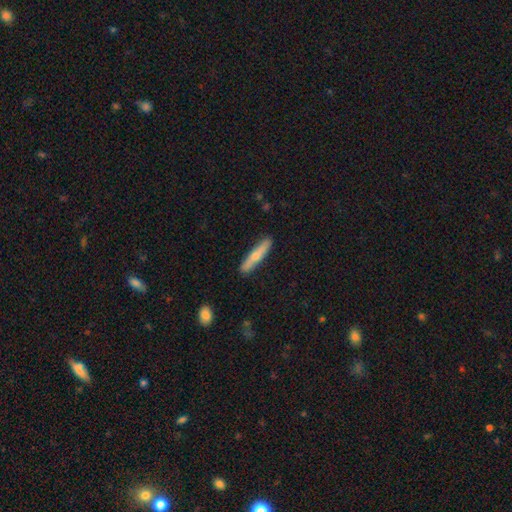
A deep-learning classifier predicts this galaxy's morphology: This is possibly a smooth galaxy (60%). How rounded: clearly cigar-shaped (89%). Merging: clearly none (87%).